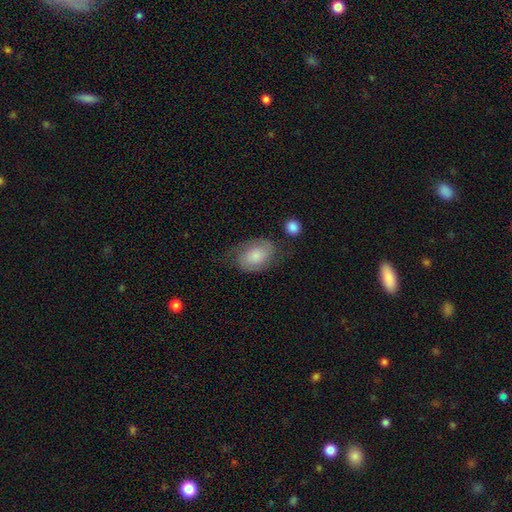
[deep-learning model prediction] Smooth or featured?
  - smooth: 50% *
  - featured or disk: 42%
  - star or artifact: 8%
How rounded?
  - in between: 81% *
  - round: 18%
  - cigar-shaped: 1%
Merging?
  - none: 57% *
  - minor disturbance: 25%
  - major disturbance: 14%
  - merger: 4%